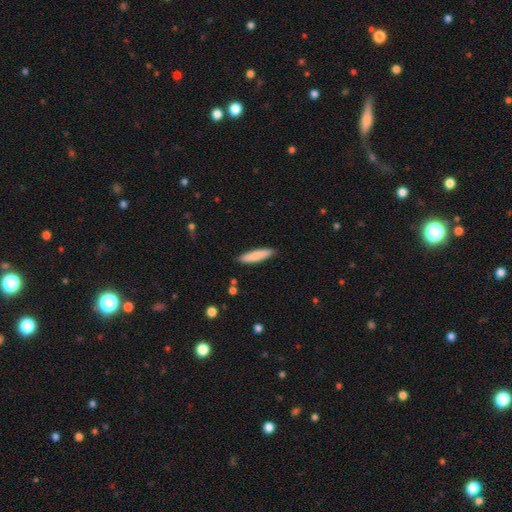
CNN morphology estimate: Overall: smooth (82%). How rounded: cigar-shaped (81%). Merging: none (88%).